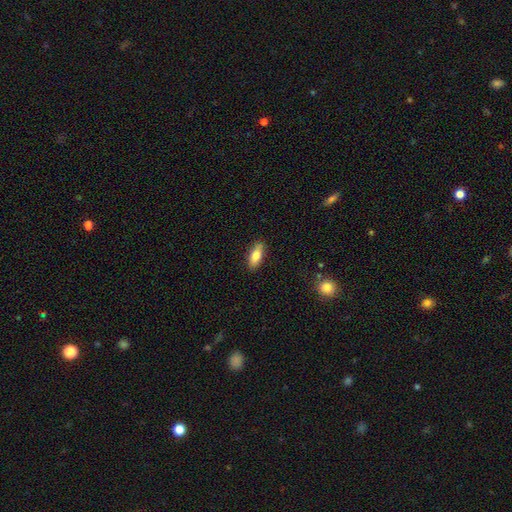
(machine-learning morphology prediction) Smooth or featured? smooth (75%)
How rounded? in between (72%)
Merging? none (87%)